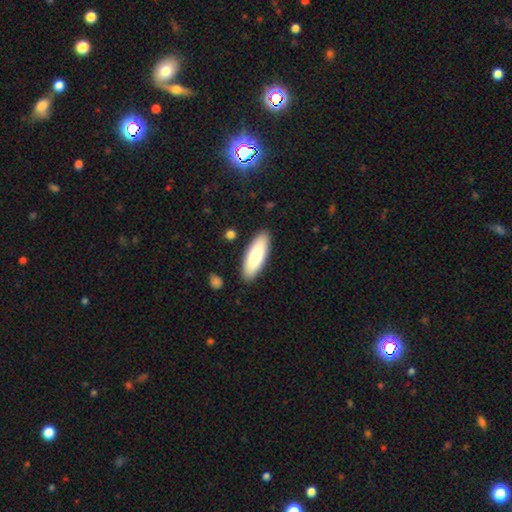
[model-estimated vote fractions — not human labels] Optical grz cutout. It shows a smooth galaxy with no disk features (81%) that is in between round and cigar-shaped (59%). Merging: none (89%).